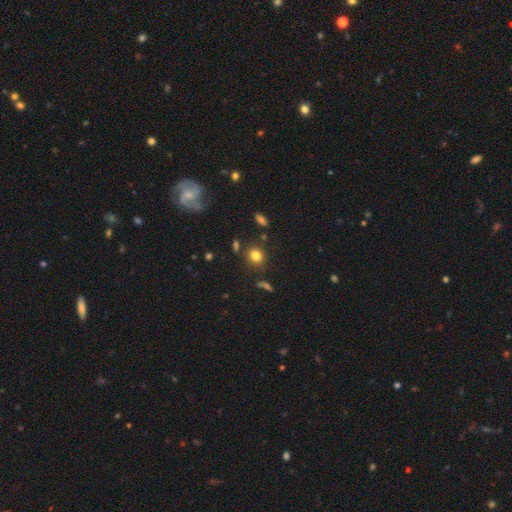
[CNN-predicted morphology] Overall: smooth (81%). How rounded: round (78%). Merging: none (82%).